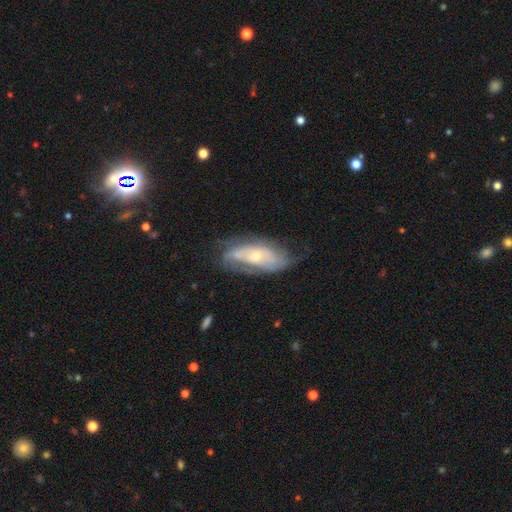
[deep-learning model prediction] Q: Smooth or featured?
A: featured or disk (69%); runner-up: smooth (24%)
Q: Edge-on disk?
A: no (88%); runner-up: yes (12%)
Q: Bar?
A: no (65%); runner-up: weak (26%)
Q: Spiral arms?
A: yes (77%); runner-up: no (23%)
Q: Bulge size?
A: small (53%); runner-up: moderate (40%)
Q: Merging?
A: none (55%); runner-up: minor disturbance (27%)